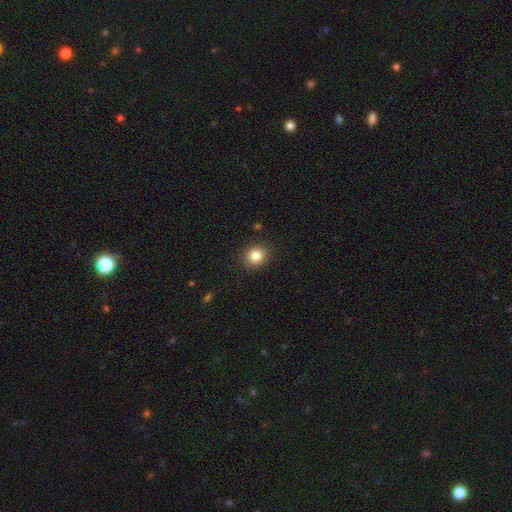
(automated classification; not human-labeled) Smooth or featured? smooth (83%)
How rounded? round (80%)
Merging? none (89%)